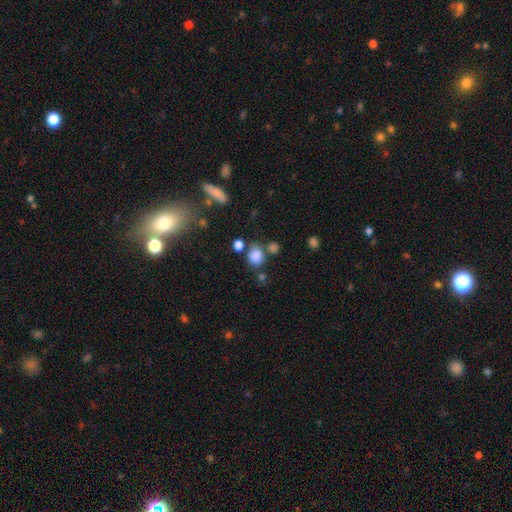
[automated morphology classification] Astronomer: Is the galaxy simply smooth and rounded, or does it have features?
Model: smooth — 82%.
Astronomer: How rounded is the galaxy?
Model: round — 67%.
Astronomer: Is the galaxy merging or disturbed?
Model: none — 63%.